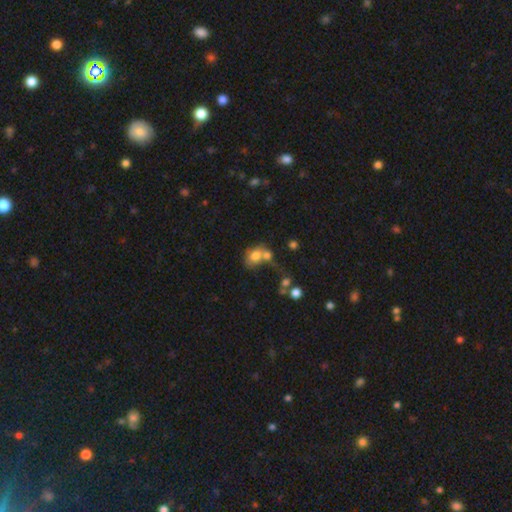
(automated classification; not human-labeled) Smooth or featured? smooth (72%)
How rounded? in between (57%)
Merging? merger (54%)